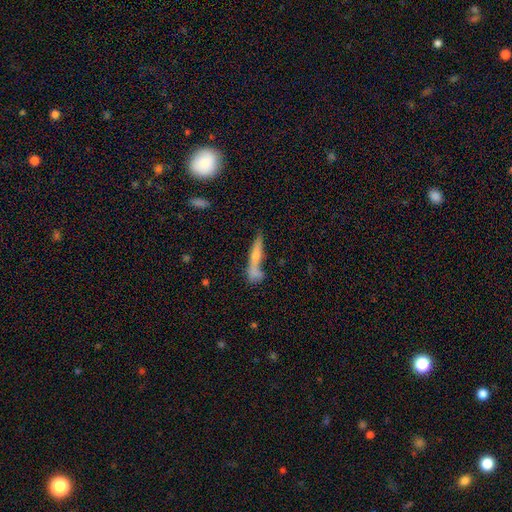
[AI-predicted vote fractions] smooth 48%, featured or disk 44%, star or artifact 8%. Down the decision tree: merging — none (52%).